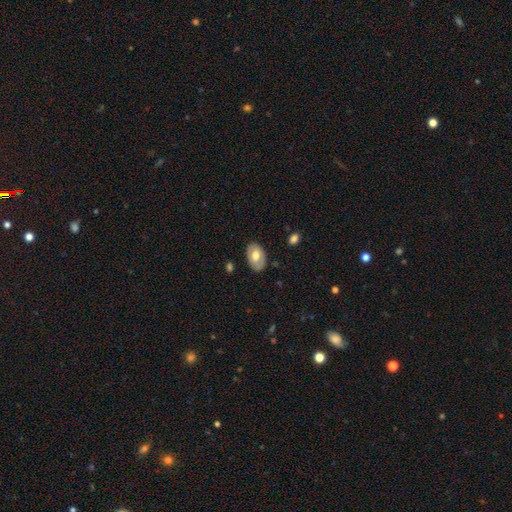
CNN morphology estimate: This appears to be a smooth galaxy with no disk features (59%) that is in between round and cigar-shaped (89%). Merging: none (82%).